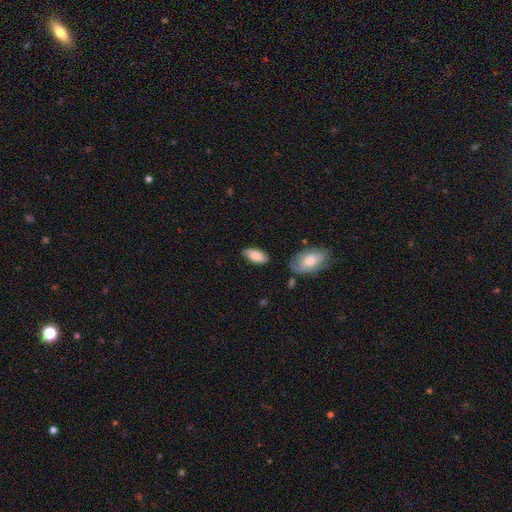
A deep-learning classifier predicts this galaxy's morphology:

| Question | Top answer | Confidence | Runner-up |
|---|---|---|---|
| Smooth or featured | smooth | 80% | featured or disk (14%) |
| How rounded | in between | 90% | cigar-shaped (8%) |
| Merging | none | 73% | minor disturbance (20%) |